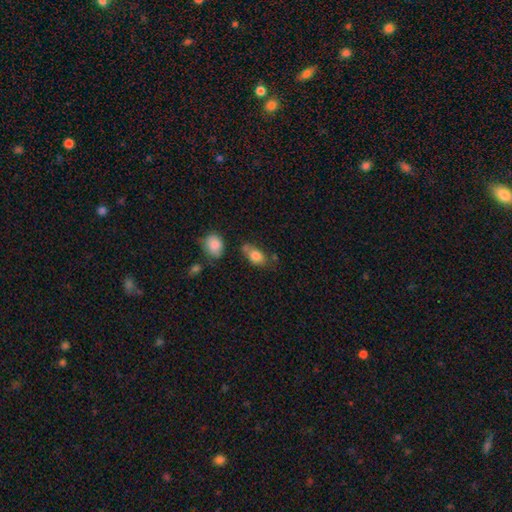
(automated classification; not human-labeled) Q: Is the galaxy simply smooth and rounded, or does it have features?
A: smooth — 81%.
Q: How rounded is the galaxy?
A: in between — 80%.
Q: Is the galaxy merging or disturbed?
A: none — 51%.